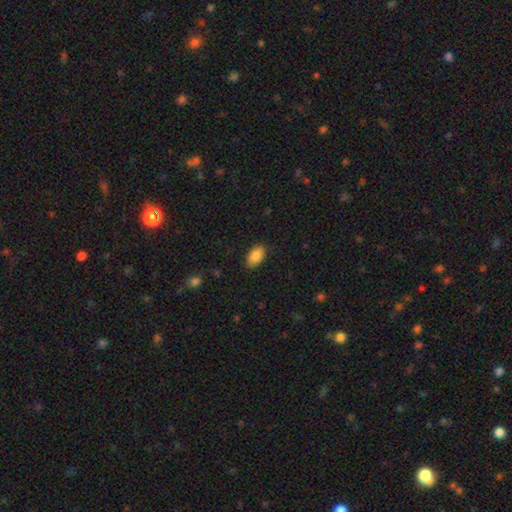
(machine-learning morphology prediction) Smooth or featured?
  - smooth: 87% *
  - star or artifact: 7%
  - featured or disk: 6%
How rounded?
  - in between: 93% *
  - round: 6%
  - cigar-shaped: 1%
Merging?
  - none: 86% *
  - minor disturbance: 11%
  - major disturbance: 3%
  - merger: 1%